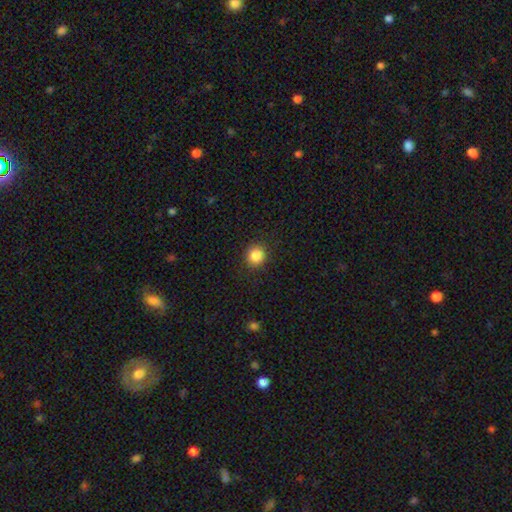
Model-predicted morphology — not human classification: Smooth or featured: smooth — 86% (star or artifact — 10%)
How rounded: round — 89% (in between — 10%)
Merging: none — 90% (minor disturbance — 7%)